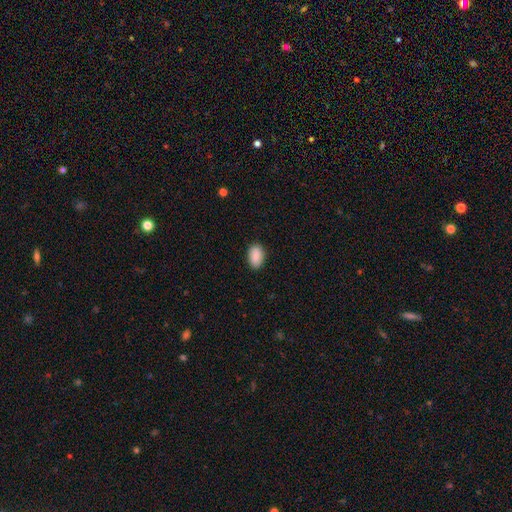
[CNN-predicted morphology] This appears to be a smooth galaxy with no disk features (90%) that is in between round and cigar-shaped (92%). Merging: none (89%).